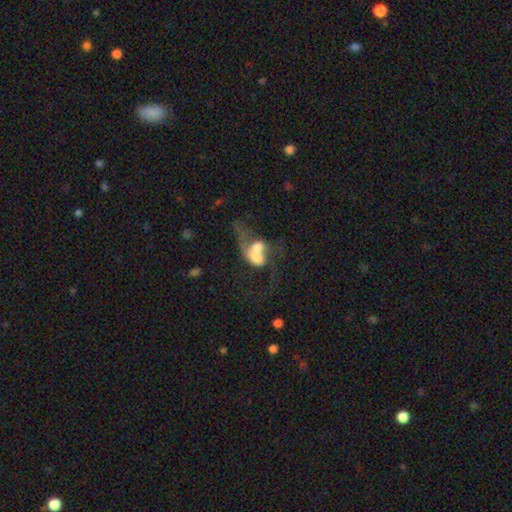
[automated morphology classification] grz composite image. It shows a smooth galaxy with no disk features (49%). Merging: merger (70%).